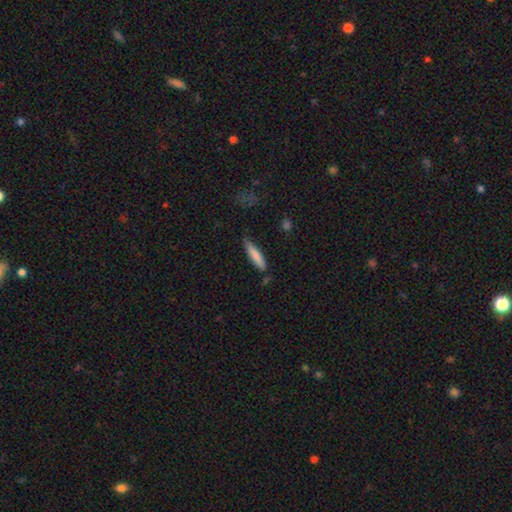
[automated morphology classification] Q: Smooth or featured?
A: smooth (80%); runner-up: featured or disk (14%)
Q: How rounded?
A: cigar-shaped (84%); runner-up: in between (15%)
Q: Merging?
A: none (73%); runner-up: minor disturbance (20%)